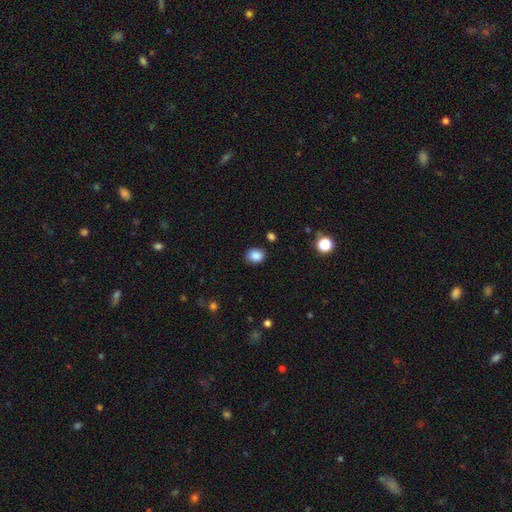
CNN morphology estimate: A smooth galaxy with no disk features (87%) that is round (56%).

Vote fractions:
- Smooth or featured? smooth: 87% / star or artifact: 10% / featured or disk: 4%
- How rounded? round: 56% / in between: 43% / cigar-shaped: 1%
- Merging? none: 85% / minor disturbance: 10% / major disturbance: 3% / merger: 2%